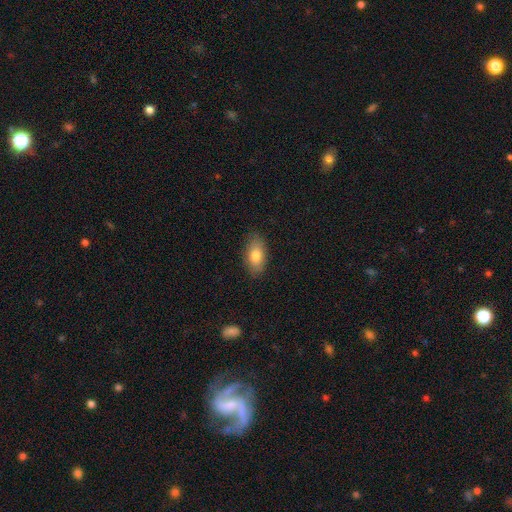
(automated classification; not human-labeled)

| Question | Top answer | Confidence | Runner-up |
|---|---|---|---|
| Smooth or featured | smooth | 80% | featured or disk (13%) |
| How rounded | in between | 90% | round (5%) |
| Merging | none | 84% | minor disturbance (12%) |